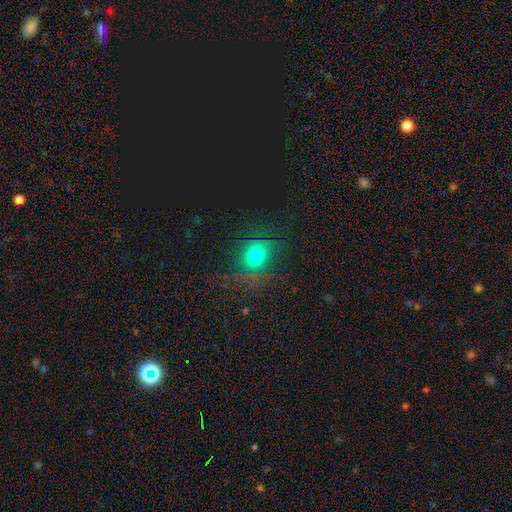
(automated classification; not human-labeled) Smooth or featured? Predicted: smooth (p=0.62). How rounded? Predicted: round (p=0.63). Merging? Predicted: none (p=0.68).